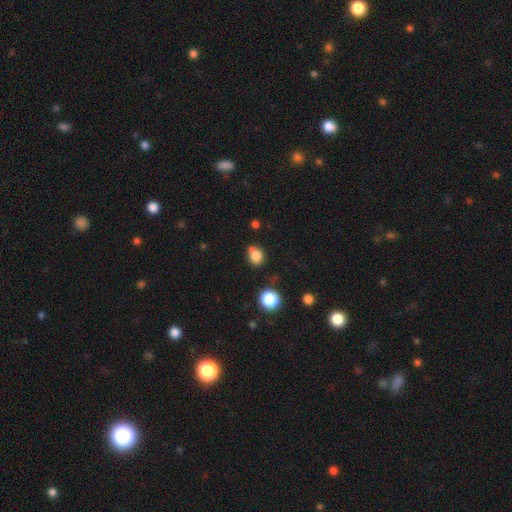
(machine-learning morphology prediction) Smooth or featured? smooth (81%)
How rounded? round (72%)
Merging? none (61%)